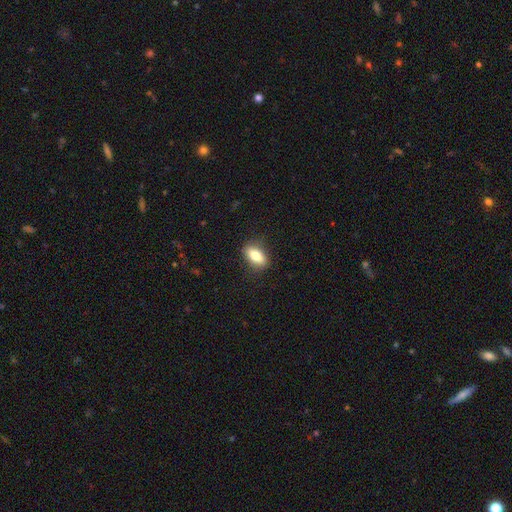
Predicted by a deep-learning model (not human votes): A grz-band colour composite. It shows a smooth galaxy with no disk features (81%) that is in between round and cigar-shaped (85%). Merging: none (81%).